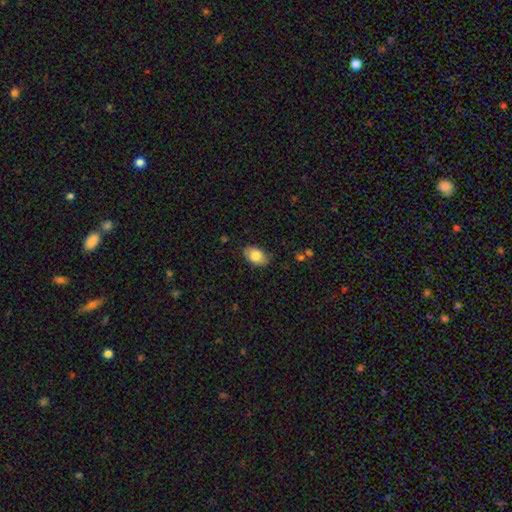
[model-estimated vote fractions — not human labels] This is clearly a smooth galaxy (82%). How rounded: clearly in between (87%). Merging: clearly none (83%).